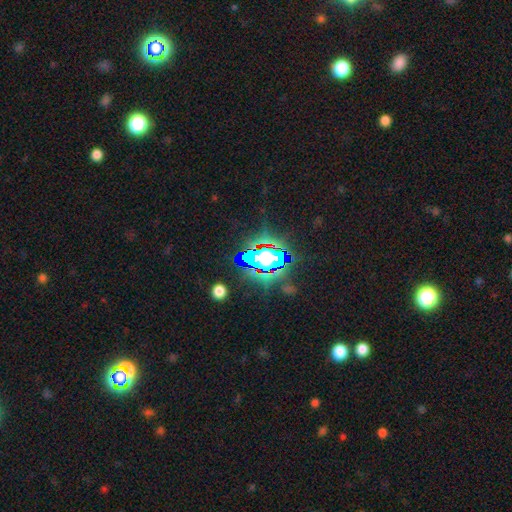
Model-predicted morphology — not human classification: A star or artifact, not a galaxy (81%).